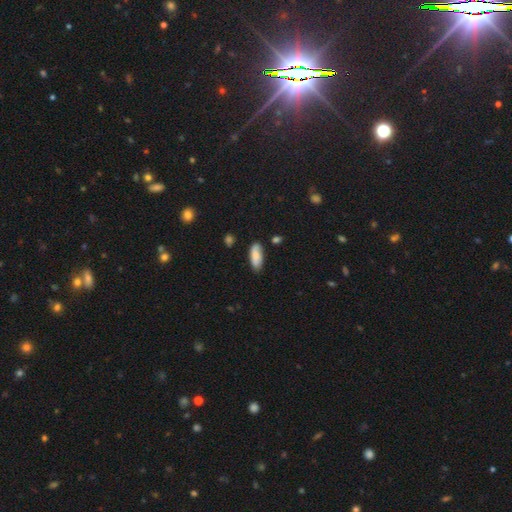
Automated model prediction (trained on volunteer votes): Overall: smooth (82%). How rounded: in between (77%). Merging: none (78%).